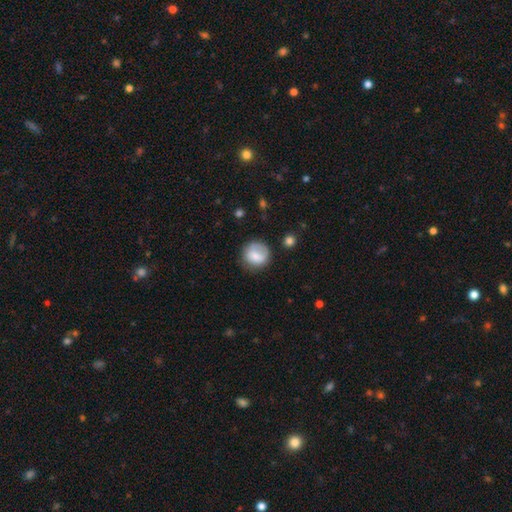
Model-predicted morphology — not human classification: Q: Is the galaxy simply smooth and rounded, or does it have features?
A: smooth — 77%.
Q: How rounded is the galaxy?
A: round — 88%.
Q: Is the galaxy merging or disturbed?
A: none — 68%.